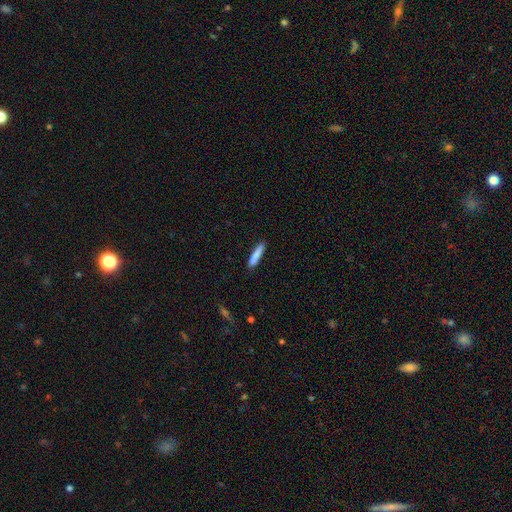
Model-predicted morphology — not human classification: This appears to be a smooth galaxy with no disk features (85%) that is cigar-shaped (91%). Merging: none (89%).